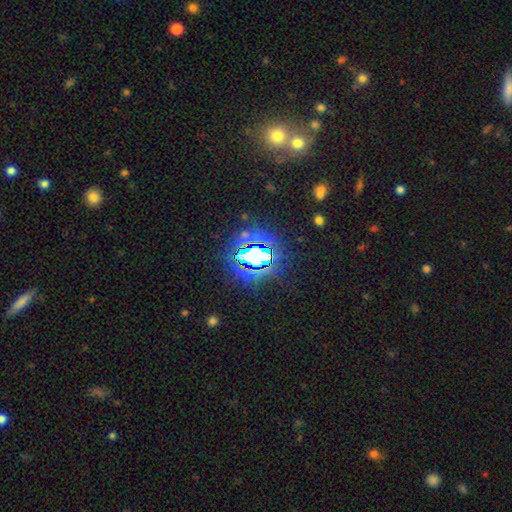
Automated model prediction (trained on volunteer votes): Q: Smooth or featured?
A: star or artifact (71%); runner-up: smooth (18%)